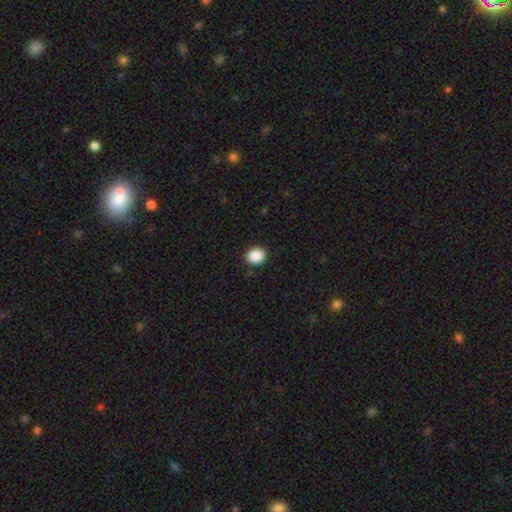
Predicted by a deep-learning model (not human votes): smooth 89%, star or artifact 9%, featured or disk 3%. Down the decision tree: how rounded — round (58%); merging — none (90%).